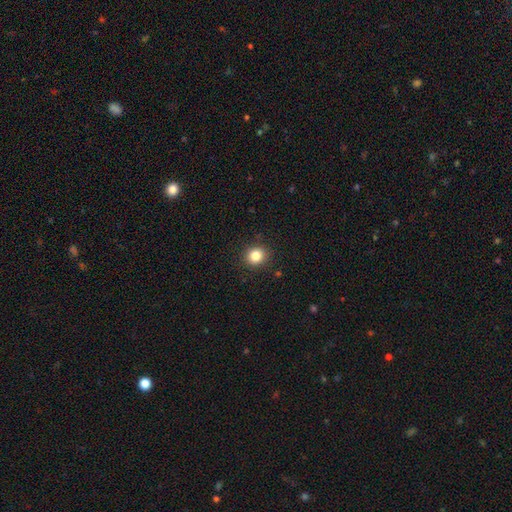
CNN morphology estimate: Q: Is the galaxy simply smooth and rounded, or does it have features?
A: smooth — 84%.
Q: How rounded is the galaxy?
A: round — 80%.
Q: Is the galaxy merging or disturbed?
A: none — 90%.